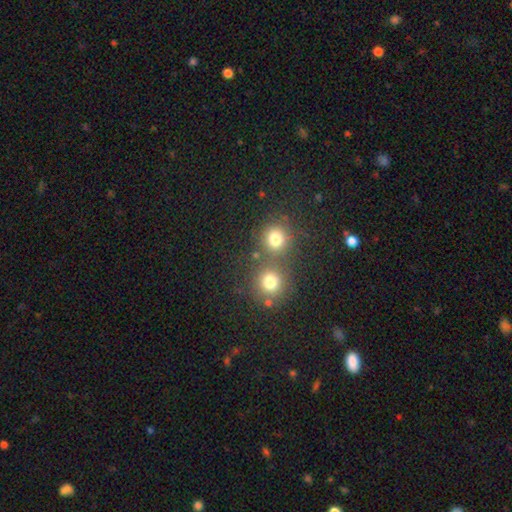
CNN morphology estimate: Smooth or featured? smooth (75%)
How rounded? round (89%)
Merging? none (61%)